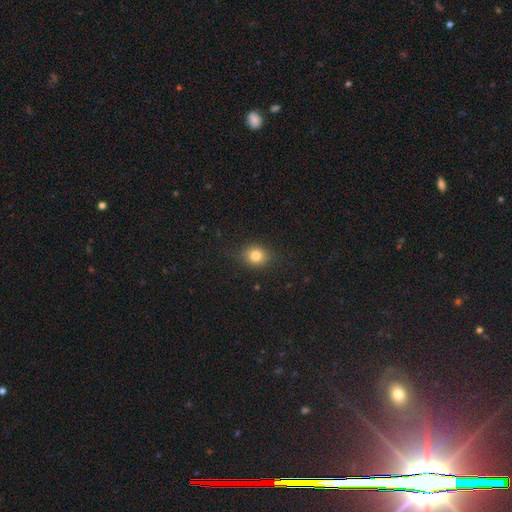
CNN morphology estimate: This appears to be a smooth galaxy with no disk features (80%) that is round (75%). Merging: none (83%).